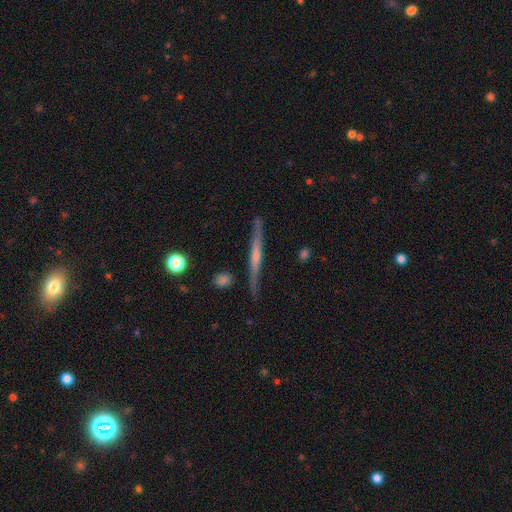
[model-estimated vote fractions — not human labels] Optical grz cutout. It shows a featured or disk galaxy (77%) viewed edge-on (97%) with a rounded central bulge (72%). Merging: none (86%).